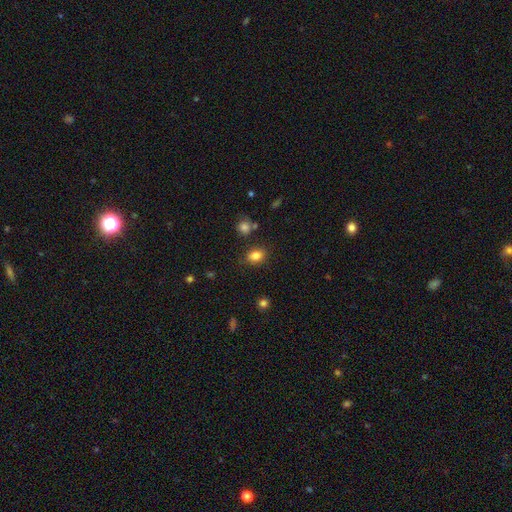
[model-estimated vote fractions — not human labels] smooth 82%, star or artifact 11%, featured or disk 6%. Down the decision tree: how rounded — in between (59%); merging — none (81%).